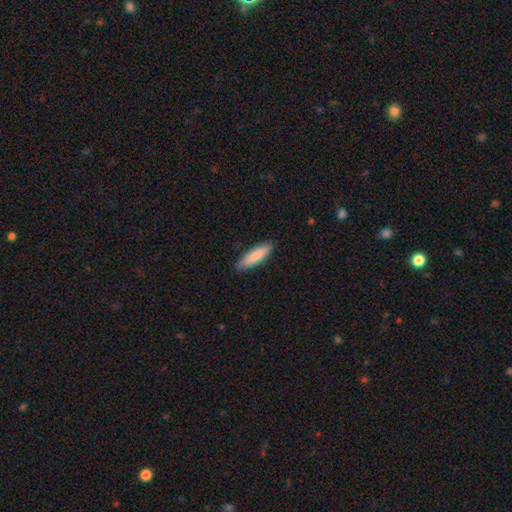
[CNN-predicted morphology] Smooth or featured? smooth (83%)
How rounded? cigar-shaped (70%)
Merging? none (87%)